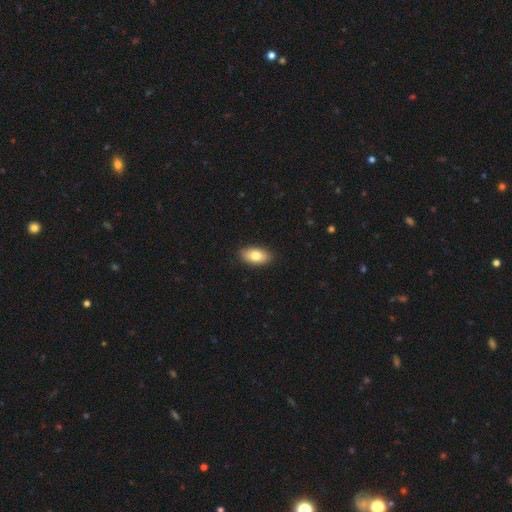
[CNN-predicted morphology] Smooth or featured: smooth — 80% (featured or disk — 13%)
How rounded: in between — 92% (round — 4%)
Merging: none — 89% (minor disturbance — 8%)